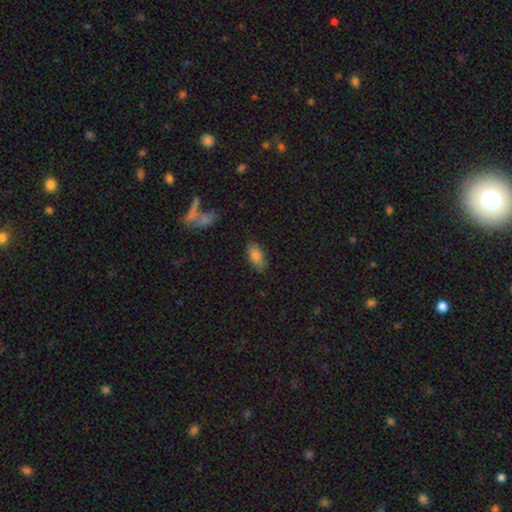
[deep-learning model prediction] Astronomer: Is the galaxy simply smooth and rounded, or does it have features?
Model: smooth — 82%.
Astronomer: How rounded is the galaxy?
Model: in between — 90%.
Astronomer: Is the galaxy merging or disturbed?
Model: none — 81%.